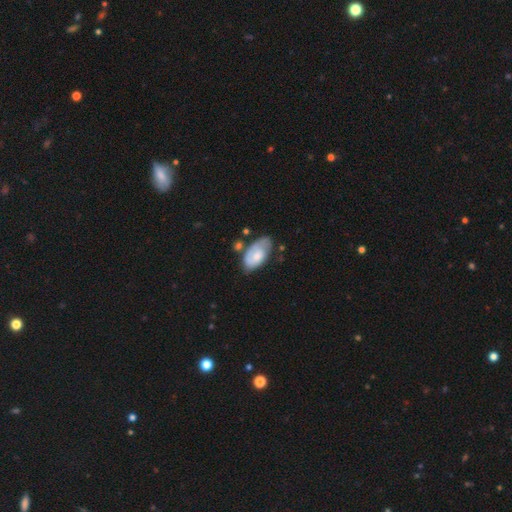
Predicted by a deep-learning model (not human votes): smooth 51%, featured or disk 43%, star or artifact 6%. Down the decision tree: how rounded — in between (93%); merging — none (50%).